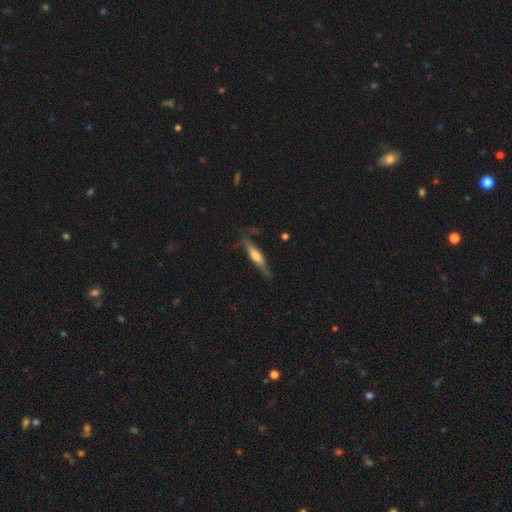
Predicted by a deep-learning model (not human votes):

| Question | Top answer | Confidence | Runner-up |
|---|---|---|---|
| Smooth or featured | featured or disk | 51% | smooth (43%) |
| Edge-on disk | yes | 90% | no (10%) |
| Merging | none | 70% | minor disturbance (21%) |